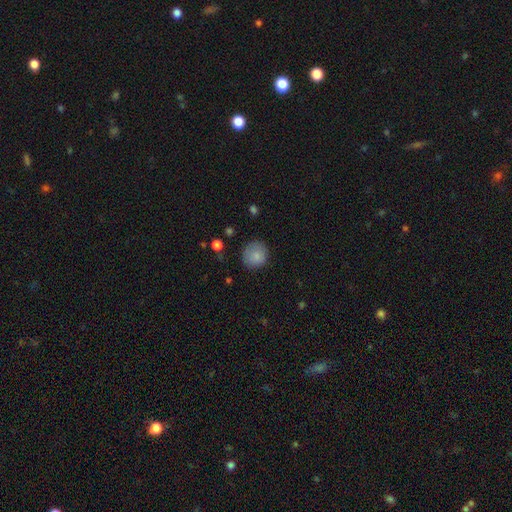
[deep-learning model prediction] smooth_or_featured: smooth (p=0.84) [alt: star or artifact p=0.09]
how_rounded: round (p=0.85) [alt: in between p=0.14]
merging: none (p=0.78) [alt: minor disturbance p=0.17]